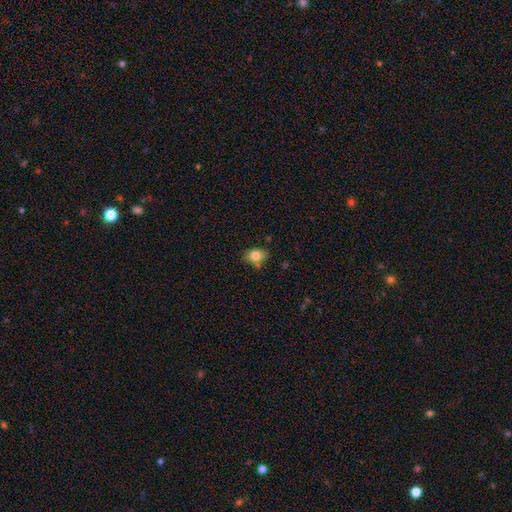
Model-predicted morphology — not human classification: smooth_or_featured: smooth (p=0.81) [alt: featured or disk p=0.10]
how_rounded: in between (p=0.68) [alt: round p=0.31]
merging: none (p=0.72) [alt: minor disturbance p=0.17]